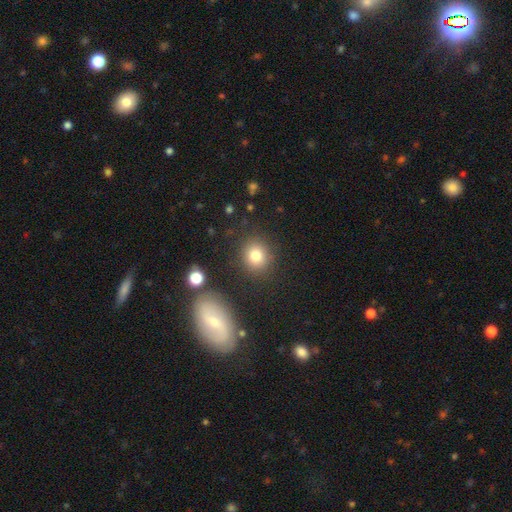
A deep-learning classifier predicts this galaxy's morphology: A smooth galaxy with no disk features (81%) that is round (80%). Merging: none (85%).